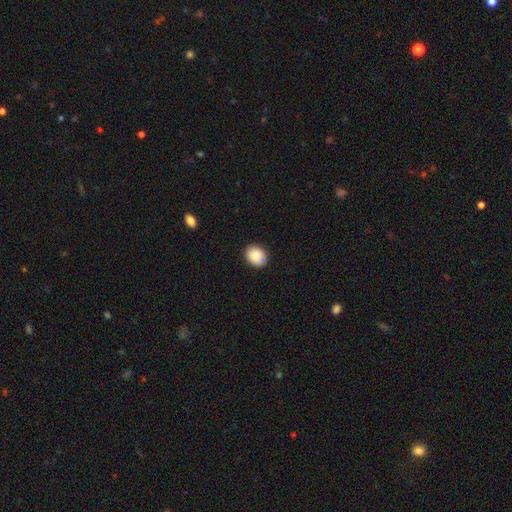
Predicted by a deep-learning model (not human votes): A smooth galaxy with no disk features (88%) that is round (54%). Merging: none (86%).